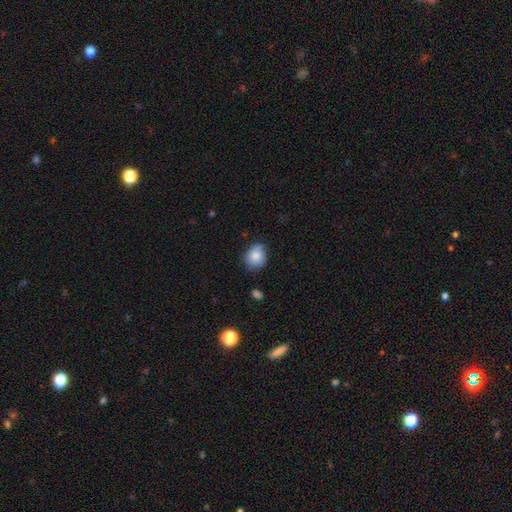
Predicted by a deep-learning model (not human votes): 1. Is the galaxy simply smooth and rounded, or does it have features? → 83% smooth, 9% featured or disk, 8% star or artifact.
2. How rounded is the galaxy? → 64% round, 35% in between, 1% cigar-shaped.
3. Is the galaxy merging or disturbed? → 69% none, 25% minor disturbance, 4% major disturbance, 2% merger.